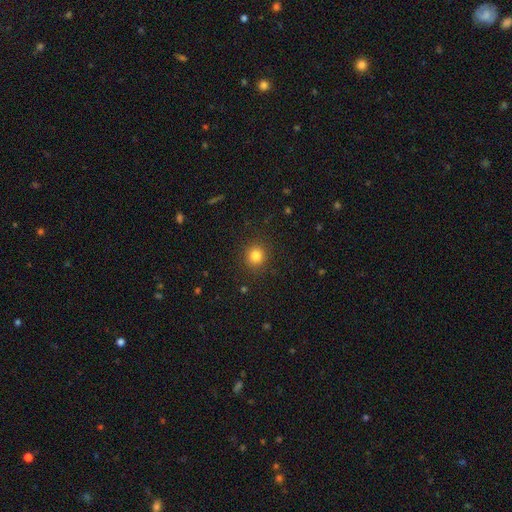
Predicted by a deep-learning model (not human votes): This is clearly a smooth galaxy (83%). How rounded: clearly round (89%). Merging: clearly none (89%).